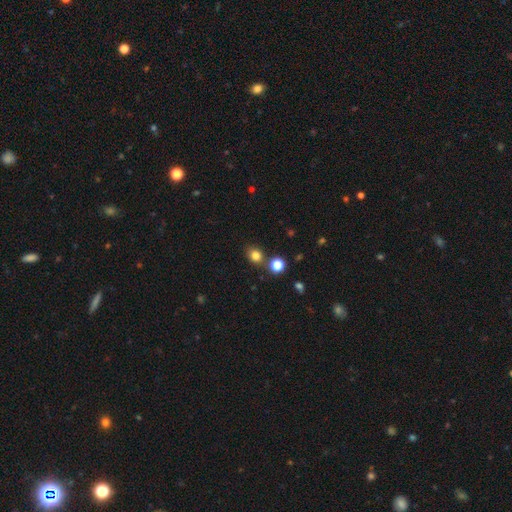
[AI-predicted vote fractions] Morphology: type=smooth (80%); roundness=round (65%); merging=none (75%).